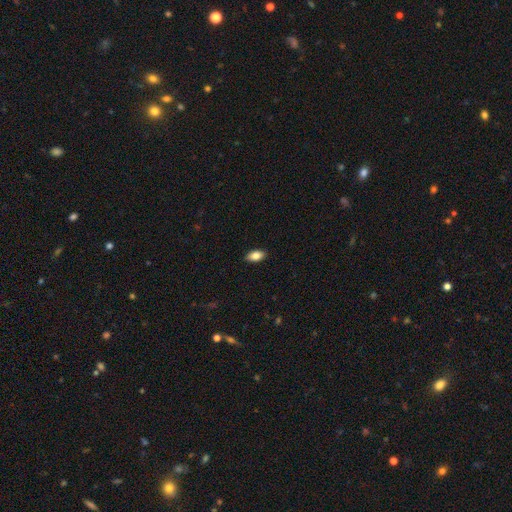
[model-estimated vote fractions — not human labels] A smooth galaxy with no disk features (85%) that is in between round and cigar-shaped (91%).

Vote fractions:
- Smooth or featured? smooth: 85% / featured or disk: 8% / star or artifact: 7%
- How rounded? in between: 91% / cigar-shaped: 5% / round: 4%
- Merging? none: 89% / minor disturbance: 8% / major disturbance: 2% / merger: 1%